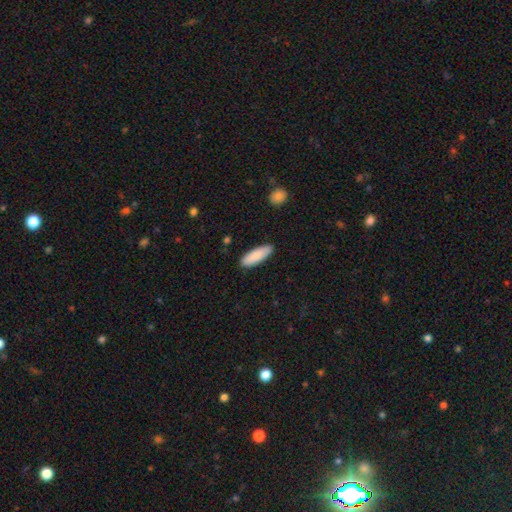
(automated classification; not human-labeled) A smooth galaxy with no disk features (87%) that is in between round and cigar-shaped (55%).

Vote fractions:
- Smooth or featured? smooth: 87% / featured or disk: 7% / star or artifact: 5%
- How rounded? in between: 55% / cigar-shaped: 43% / round: 1%
- Merging? none: 88% / minor disturbance: 9% / major disturbance: 2% / merger: 1%